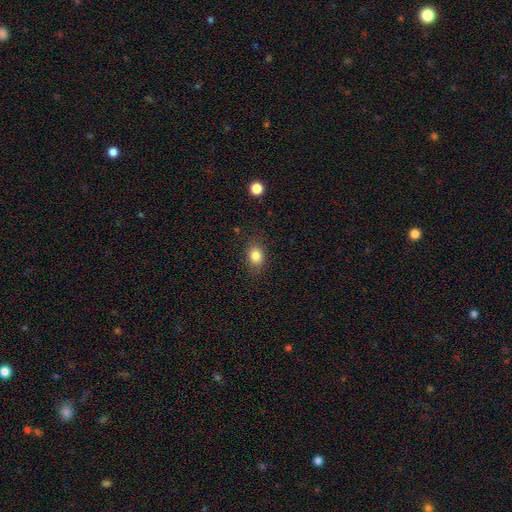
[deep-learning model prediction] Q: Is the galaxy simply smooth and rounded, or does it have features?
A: smooth — 83%.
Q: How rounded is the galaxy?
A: in between — 60%.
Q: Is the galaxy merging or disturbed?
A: none — 82%.